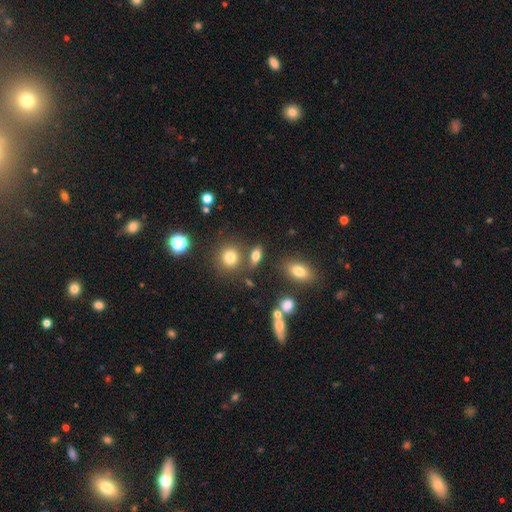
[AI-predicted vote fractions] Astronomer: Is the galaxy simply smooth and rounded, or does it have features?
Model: smooth — 70%.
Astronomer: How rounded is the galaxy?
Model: in between — 68%.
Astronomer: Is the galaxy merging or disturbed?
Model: none — 70%.